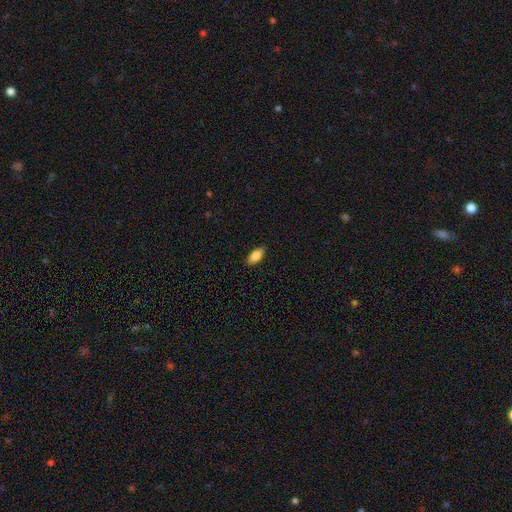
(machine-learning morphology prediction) smooth-or-featured: smooth: 83% | featured or disk: 10% | star or artifact: 7%
  how-rounded: in between: 85% | cigar-shaped: 13% | round: 2%
  merging: none: 89% | minor disturbance: 9% | major disturbance: 2% | merger: 1%